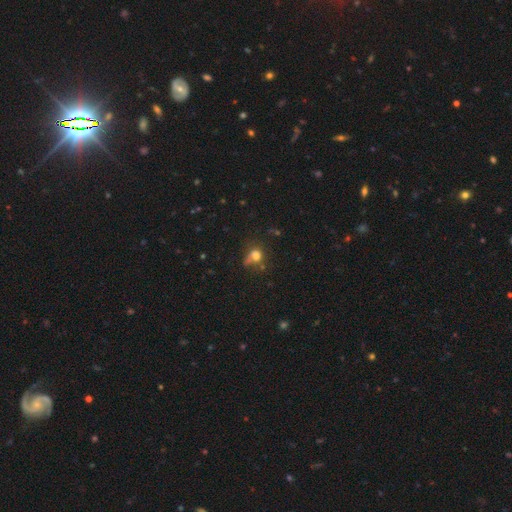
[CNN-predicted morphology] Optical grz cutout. It shows a smooth galaxy with no disk features (70%) that is round (55%). Merging: none (38%).